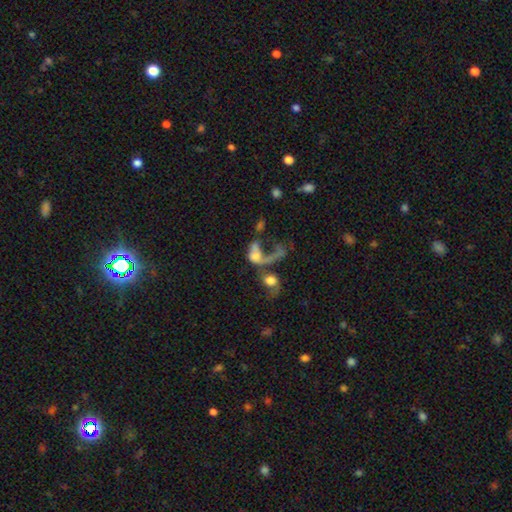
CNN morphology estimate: Overall: featured or disk (46%; smooth 41%). Merging: merger (52%; major disturbance 30%).